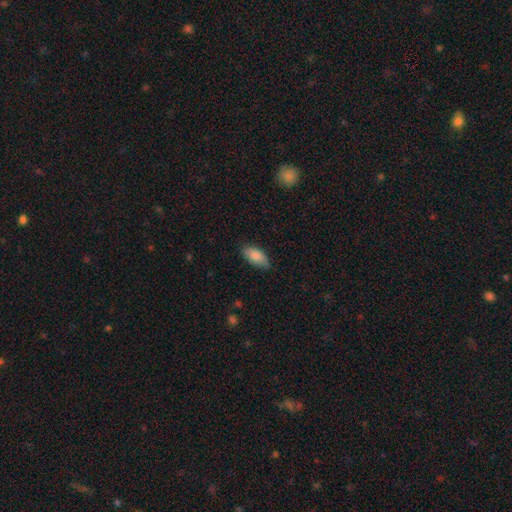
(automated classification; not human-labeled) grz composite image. It shows a smooth galaxy with no disk features (86%) that is in between round and cigar-shaped (91%). Merging: none (76%).